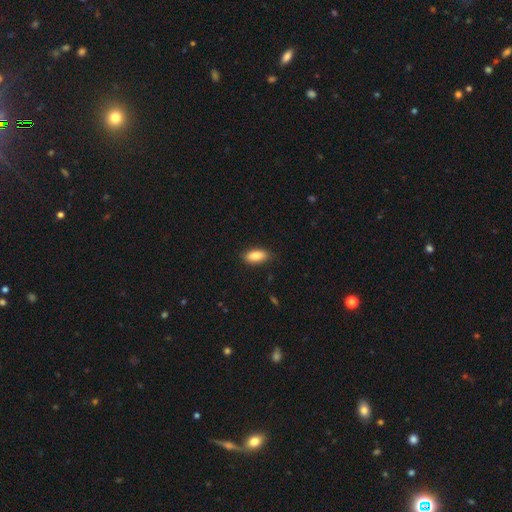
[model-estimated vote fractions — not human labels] Smooth or featured: smooth — 86% (star or artifact — 7%)
How rounded: in between — 88% (cigar-shaped — 9%)
Merging: none — 84% (minor disturbance — 13%)